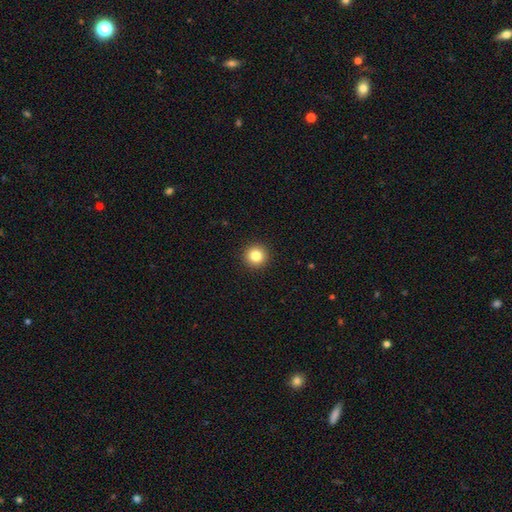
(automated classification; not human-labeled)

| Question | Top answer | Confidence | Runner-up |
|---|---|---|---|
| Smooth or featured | smooth | 84% | star or artifact (11%) |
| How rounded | round | 95% | in between (4%) |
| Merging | none | 93% | minor disturbance (4%) |